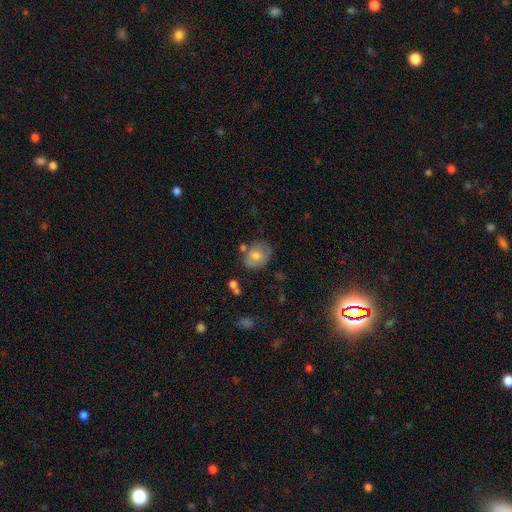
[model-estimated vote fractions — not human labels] Smooth or featured? Predicted: smooth (p=0.58). How rounded? Predicted: round (p=0.57). Merging? Predicted: none (p=0.64).